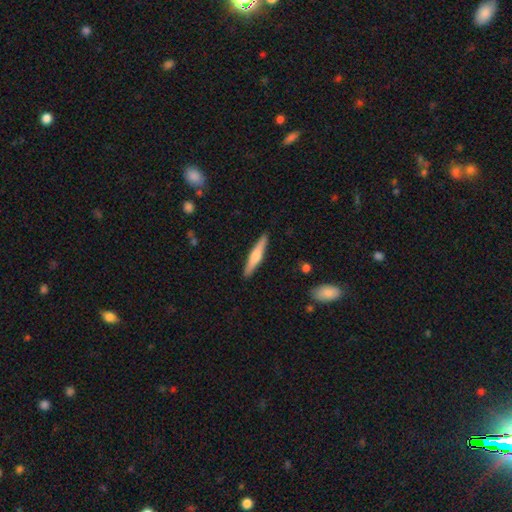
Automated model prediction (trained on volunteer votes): Q: Smooth or featured?
A: featured or disk (48%); runner-up: smooth (46%)
Q: Merging?
A: none (91%); runner-up: minor disturbance (7%)